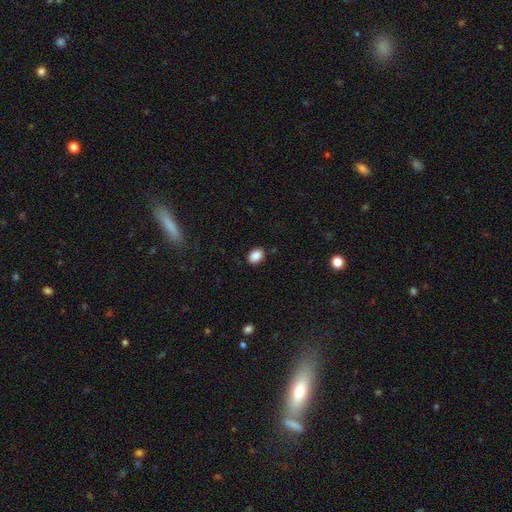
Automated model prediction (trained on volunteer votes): Smooth or featured: smooth — 89% (star or artifact — 8%)
How rounded: in between — 72% (round — 27%)
Merging: none — 87% (minor disturbance — 9%)